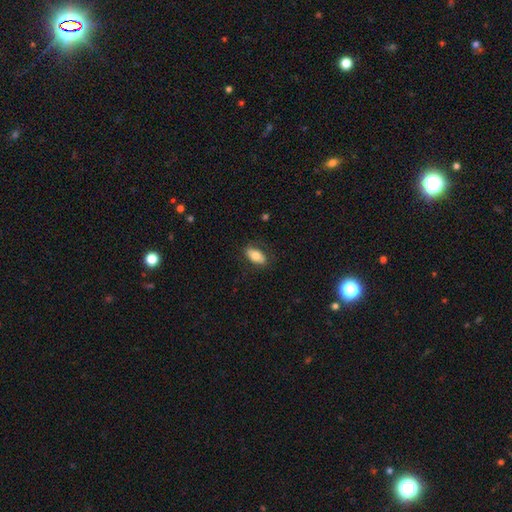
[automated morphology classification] smooth_or_featured: smooth (p=0.74) [alt: featured or disk p=0.19]
how_rounded: in between (p=0.88) [alt: cigar-shaped p=0.08]
merging: none (p=0.80) [alt: minor disturbance p=0.14]